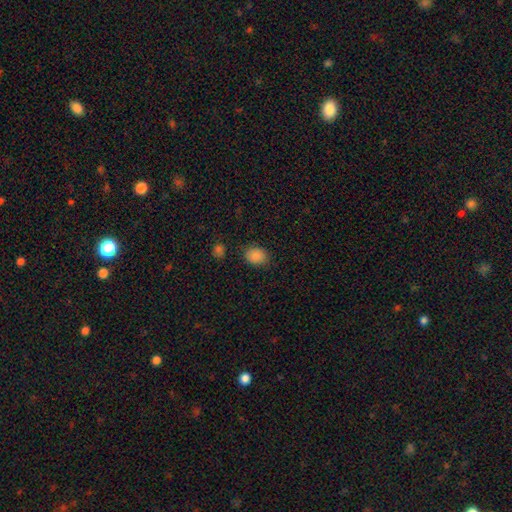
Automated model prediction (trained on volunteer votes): Smooth or featured? Predicted: smooth (p=0.87). How rounded? Predicted: in between (p=0.56). Merging? Predicted: none (p=0.83).